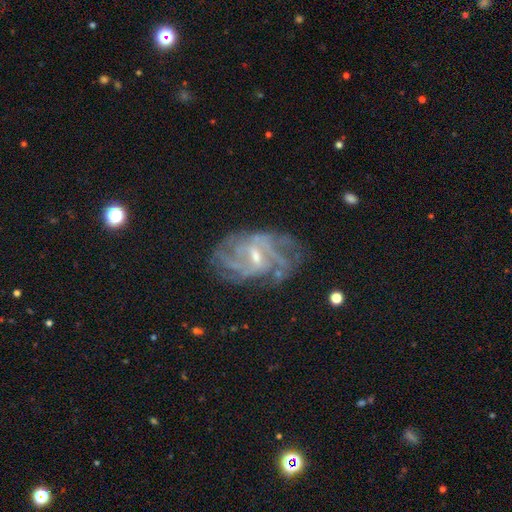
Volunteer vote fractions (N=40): Q: Smooth or featured?
A: featured or disk (90%); runner-up: smooth (8%)
Q: Edge-on disk?
A: no (100%)
Q: Bar?
A: weak (75%); runner-up: no (14%)
Q: Spiral arms?
A: yes (89%); runner-up: no (11%)
Q: Spiral winding?
A: tight (47%); runner-up: medium (44%)
Q: Spiral arm count?
A: can't tell (50%); runner-up: 3 (34%)
Q: Bulge size?
A: small (64%); runner-up: moderate (36%)
Q: Merging?
A: none (67%); runner-up: minor disturbance (21%)